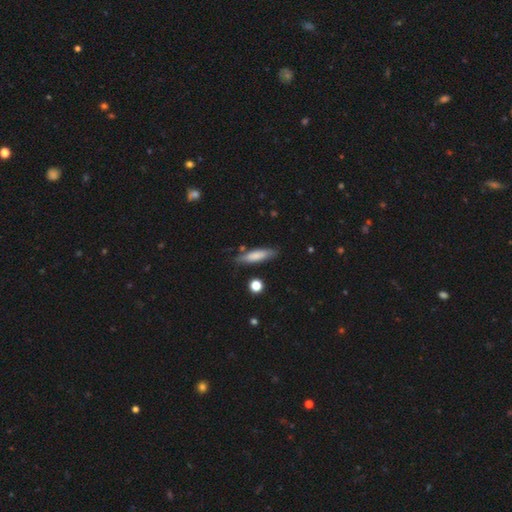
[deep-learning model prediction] The model was most divided on "how rounded": cigar-shaped: 75%, in between: 23%, round: 2%. More confident: merging — none (81%); smooth or featured — smooth (75%).